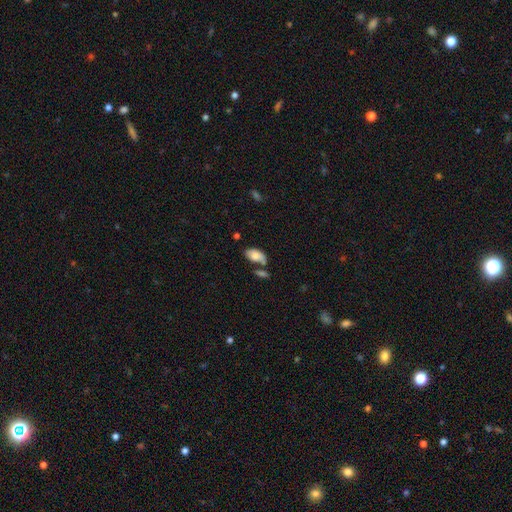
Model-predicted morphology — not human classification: This appears to be a smooth galaxy with no disk features (77%) that is in between round and cigar-shaped (94%). Merging: none (55%).